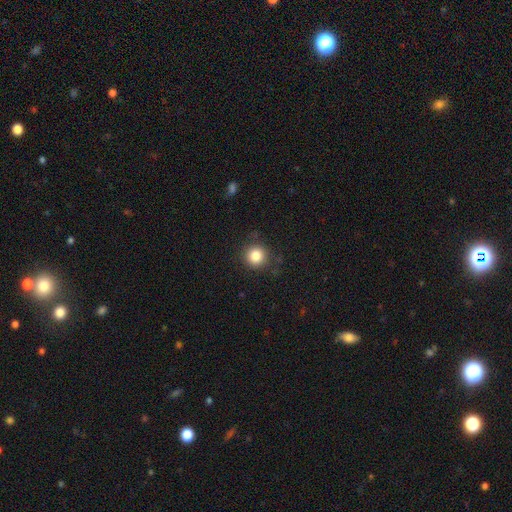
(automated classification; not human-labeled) Morphology: type=smooth (84%); roundness=round (93%); merging=none (86%).